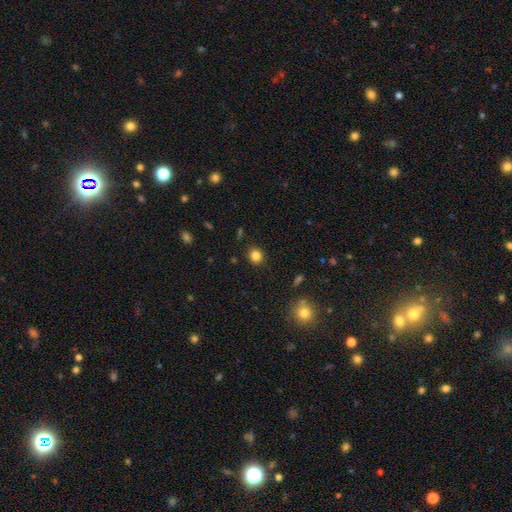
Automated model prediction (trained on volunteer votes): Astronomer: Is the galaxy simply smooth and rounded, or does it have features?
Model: smooth — 83%.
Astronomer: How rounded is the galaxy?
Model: round — 84%.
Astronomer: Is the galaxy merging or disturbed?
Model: none — 89%.